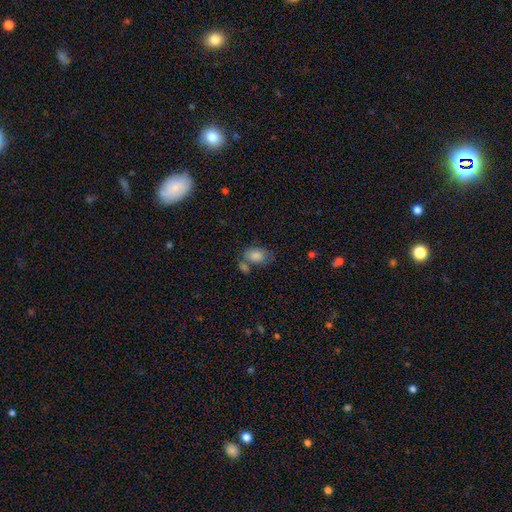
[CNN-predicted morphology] Smooth or featured? smooth (84%)
How rounded? in between (85%)
Merging? none (47%)